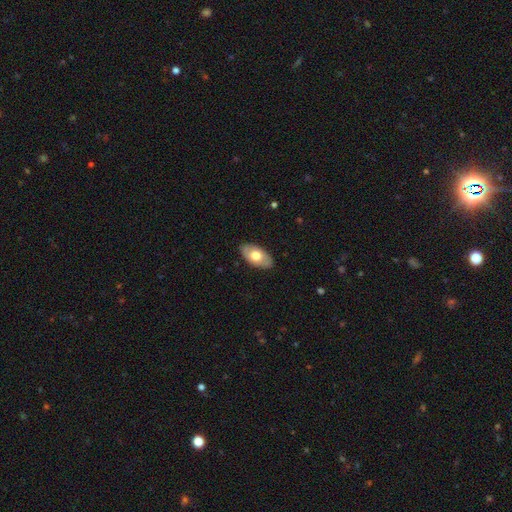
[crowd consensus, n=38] A smooth galaxy with no disk features (53%) that is in between round and cigar-shaped (90%).

Vote fractions:
- Smooth or featured? smooth: 53% / featured or disk: 39% / star or artifact: 8%
- How rounded? in between: 90% / round: 10% / cigar-shaped: 0%
- Merging? none: 83% / minor disturbance: 6% / major disturbance: 6% / merger: 6%